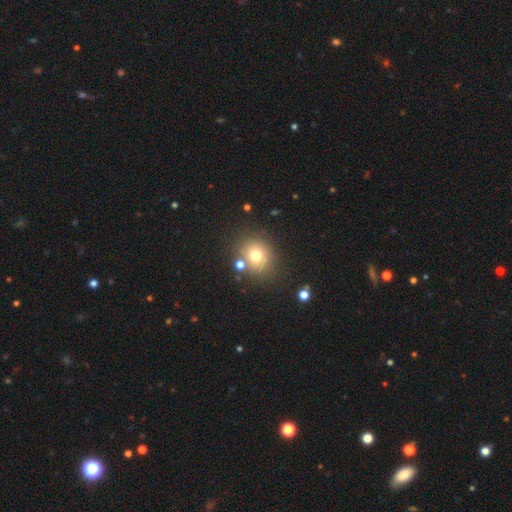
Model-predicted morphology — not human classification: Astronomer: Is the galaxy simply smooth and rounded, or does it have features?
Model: smooth — 72%.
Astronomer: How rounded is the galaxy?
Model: round — 82%.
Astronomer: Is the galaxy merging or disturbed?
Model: none — 76%.